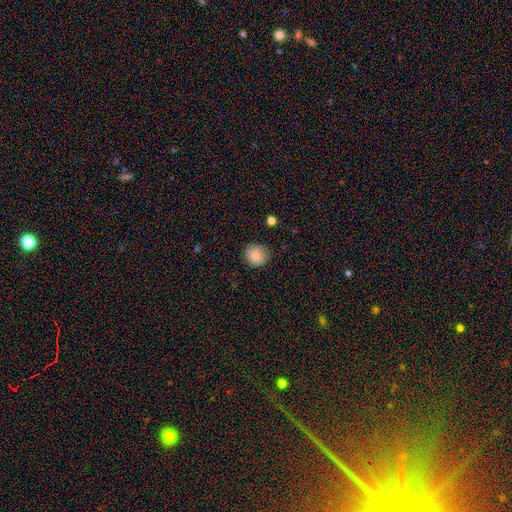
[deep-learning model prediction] A smooth galaxy with no disk features (84%) that is round (87%). Merging: none (80%).